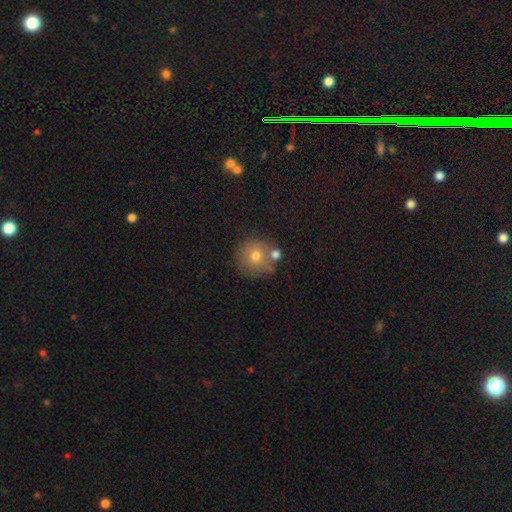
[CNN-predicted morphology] Overall: smooth (70%). How rounded: round (93%). Merging: none (66%).